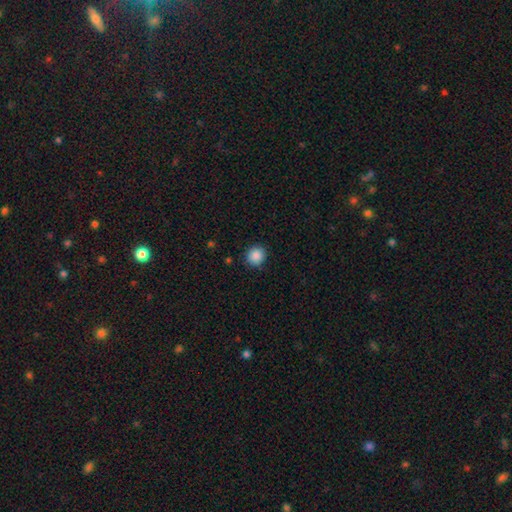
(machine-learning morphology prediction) Overall: smooth (88%). How rounded: round (89%). Merging: none (89%).